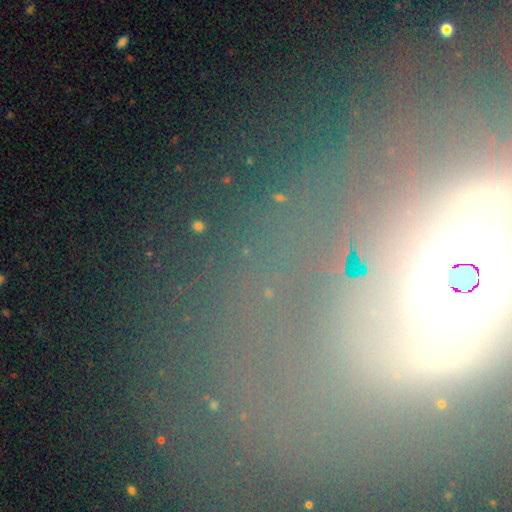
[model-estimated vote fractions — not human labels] star or artifact 60%, smooth 22%, featured or disk 19%.